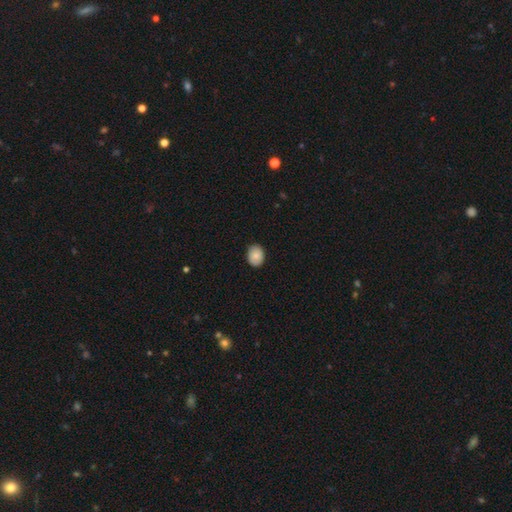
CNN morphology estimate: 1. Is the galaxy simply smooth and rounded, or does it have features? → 84% smooth, 9% featured or disk, 7% star or artifact.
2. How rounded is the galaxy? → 54% in between, 45% round, 1% cigar-shaped.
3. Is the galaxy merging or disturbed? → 87% none, 10% minor disturbance, 2% major disturbance, 1% merger.